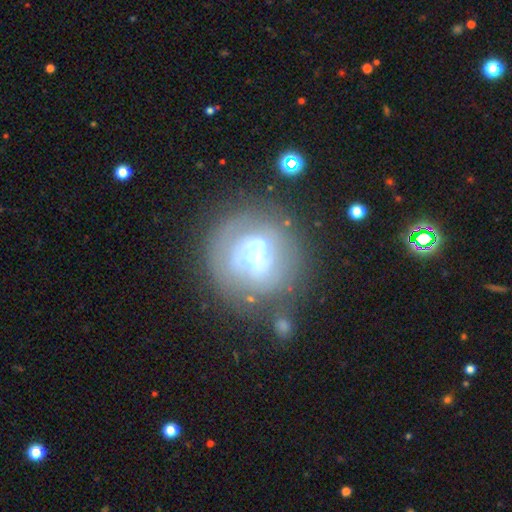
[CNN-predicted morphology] Overall: featured or disk (58%; smooth 33%). Edge-on disk: no (97%). Bar: no (60%; weak 30%). Spiral arms: yes (54%; no 46%). Bulge size: moderate (43%; small 34%). Merging: none (60%).